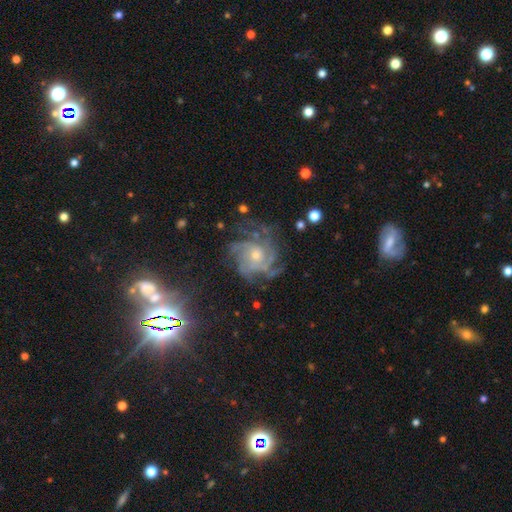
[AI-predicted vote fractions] Smooth or featured? Predicted: featured or disk (p=0.82). Edge-on disk? Predicted: no (p=0.98). Bar? Predicted: no (p=0.79). Spiral arms? Predicted: yes (p=0.94). Spiral winding? Predicted: tight (p=0.50). Spiral arm count? Predicted: can't tell (p=0.29). Bulge size? Predicted: small (p=0.47). Merging? Predicted: none (p=0.66).